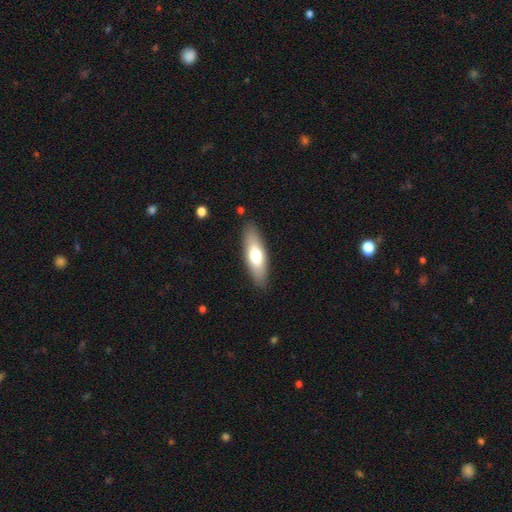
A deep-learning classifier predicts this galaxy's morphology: Overall: smooth (64%; featured or disk 30%). How rounded: in between (55%; cigar-shaped 43%). Merging: none (87%).